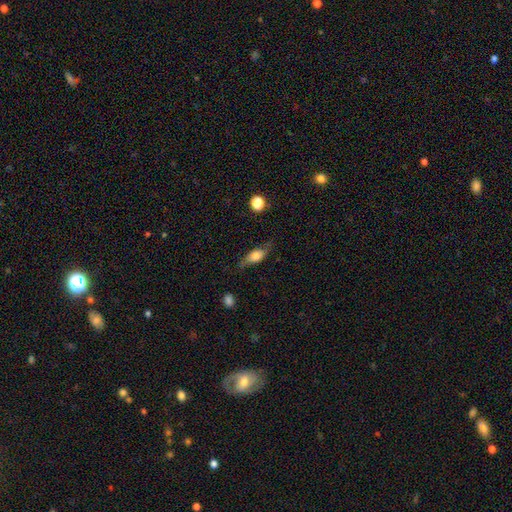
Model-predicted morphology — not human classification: This appears to be a smooth galaxy with no disk features (60%) that is in between round and cigar-shaped (70%). Merging: none (64%).